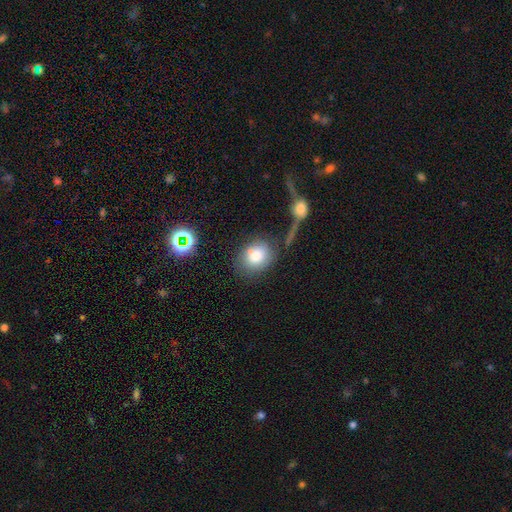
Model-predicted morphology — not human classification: A smooth galaxy with no disk features (78%) that is round (55%). Merging: none (65%).